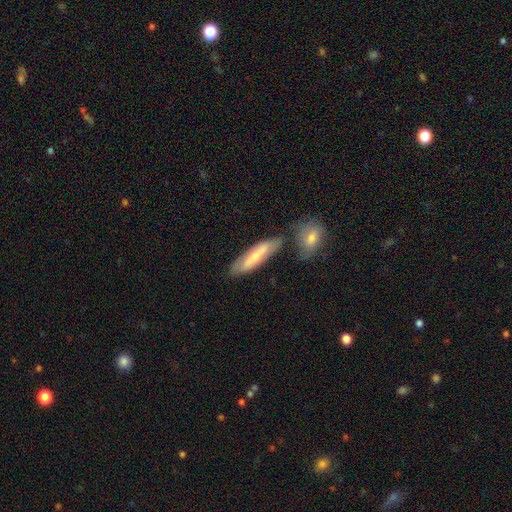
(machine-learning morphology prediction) A smooth galaxy with no disk features (50%).

Vote fractions:
- Smooth or featured? smooth: 50% / featured or disk: 44% / star or artifact: 6%
- Merging? none: 68% / minor disturbance: 15% / merger: 13% / major disturbance: 4%